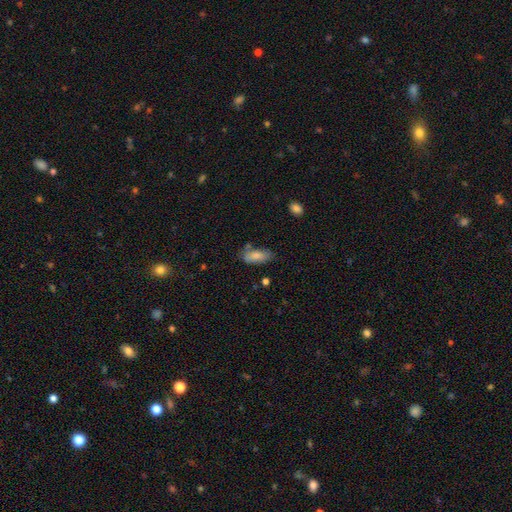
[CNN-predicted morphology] Smooth or featured?
  - smooth: 82% *
  - featured or disk: 11%
  - star or artifact: 7%
How rounded?
  - in between: 86% *
  - cigar-shaped: 12%
  - round: 2%
Merging?
  - none: 63% *
  - minor disturbance: 24%
  - merger: 8%
  - major disturbance: 6%